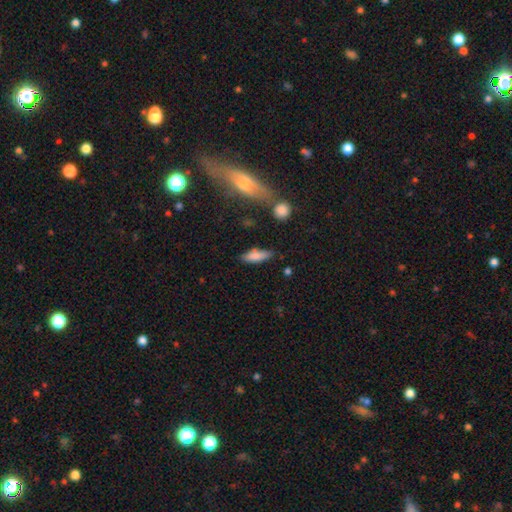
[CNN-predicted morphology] A smooth galaxy with no disk features (76%) that is in between round and cigar-shaped (51%).

Vote fractions:
- Smooth or featured? smooth: 76% / featured or disk: 17% / star or artifact: 8%
- How rounded? in between: 51% / cigar-shaped: 46% / round: 3%
- Merging? none: 70% / minor disturbance: 20% / major disturbance: 5% / merger: 5%